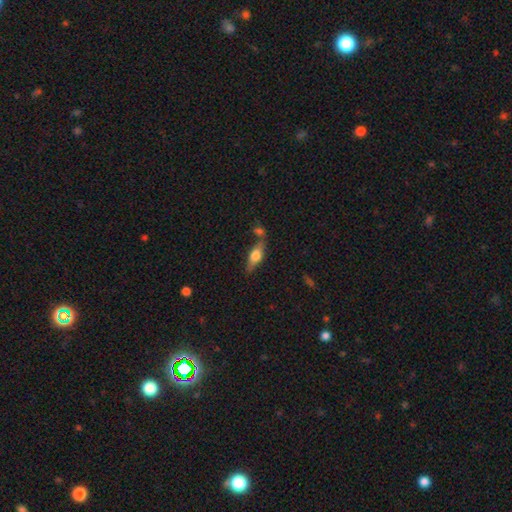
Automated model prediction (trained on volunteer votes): smooth_or_featured: smooth (p=0.53) [alt: featured or disk p=0.40]
how_rounded: in between (p=0.59) [alt: cigar-shaped p=0.36]
merging: none (p=0.62) [alt: merger p=0.17]